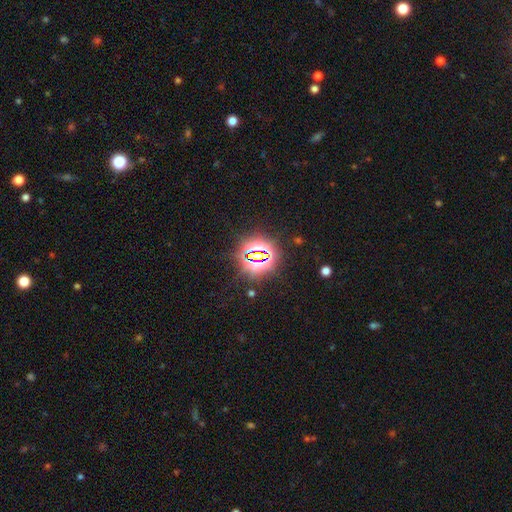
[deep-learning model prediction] This is likely a star or artifact rather than a galaxy (79%).